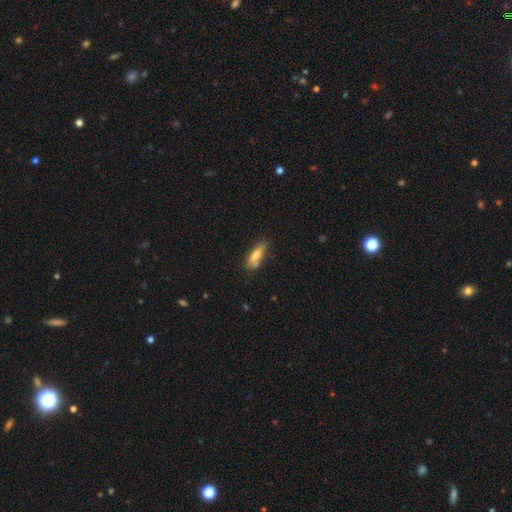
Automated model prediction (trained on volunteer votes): Q: Smooth or featured?
A: smooth (72%); runner-up: featured or disk (20%)
Q: How rounded?
A: in between (50%); runner-up: cigar-shaped (48%)
Q: Merging?
A: none (57%); runner-up: minor disturbance (24%)